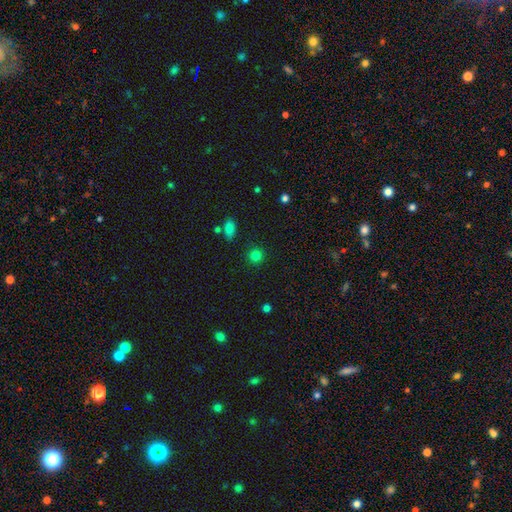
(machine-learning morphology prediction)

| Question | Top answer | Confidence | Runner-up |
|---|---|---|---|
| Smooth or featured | smooth | 82% | star or artifact (13%) |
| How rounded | round | 91% | in between (8%) |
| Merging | none | 88% | minor disturbance (7%) |